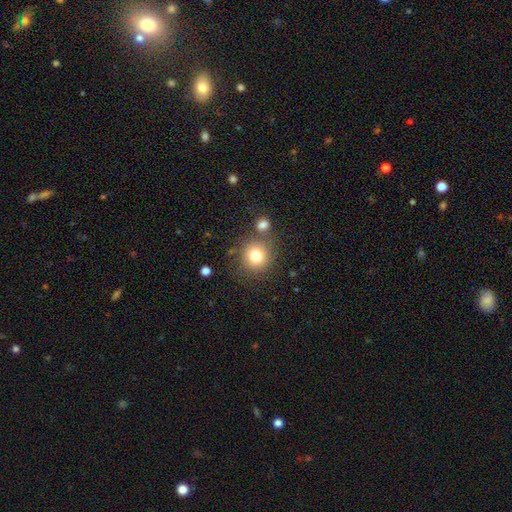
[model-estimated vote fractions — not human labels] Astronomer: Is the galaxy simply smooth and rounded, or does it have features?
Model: smooth — 78%.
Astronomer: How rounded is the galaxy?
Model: round — 89%.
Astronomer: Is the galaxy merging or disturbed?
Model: none — 72%.